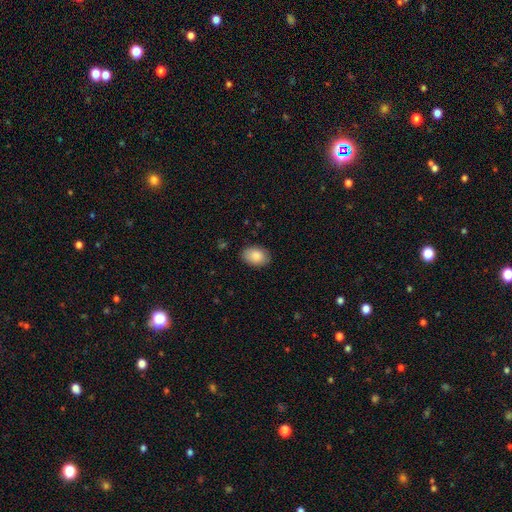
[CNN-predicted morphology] Smooth or featured? Predicted: smooth (p=0.87). How rounded? Predicted: in between (p=0.84). Merging? Predicted: none (p=0.87).